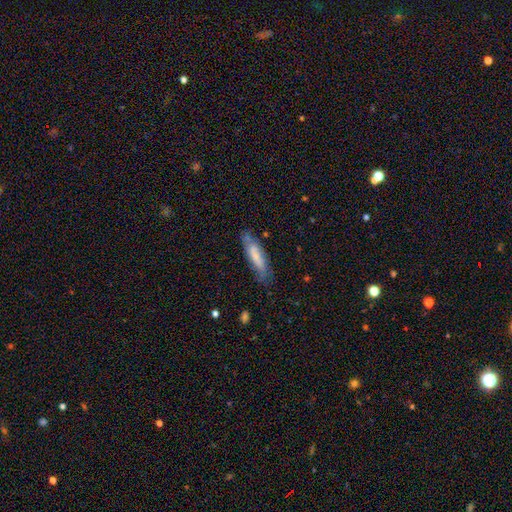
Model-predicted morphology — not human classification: Overall: smooth (63%; featured or disk 31%). How rounded: cigar-shaped (71%). Merging: none (70%).